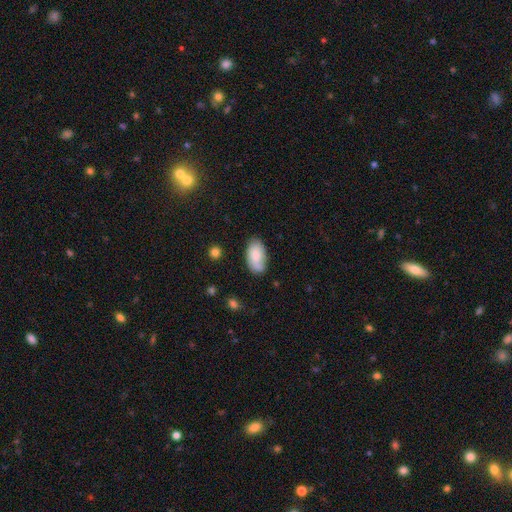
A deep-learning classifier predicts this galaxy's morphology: Smooth or featured? Predicted: smooth (p=0.78). How rounded? Predicted: in between (p=0.94). Merging? Predicted: none (p=0.70).